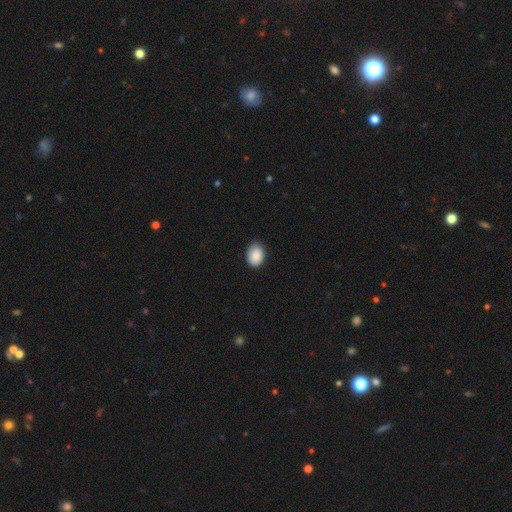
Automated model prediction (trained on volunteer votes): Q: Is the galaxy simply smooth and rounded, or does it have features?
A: smooth — 89%.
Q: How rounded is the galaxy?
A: in between — 75%.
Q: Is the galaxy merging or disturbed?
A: none — 76%.